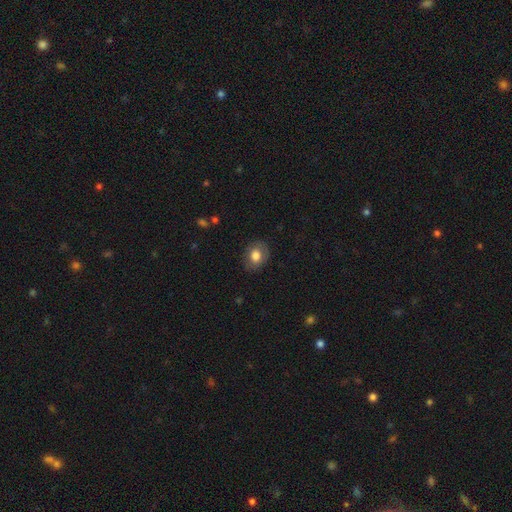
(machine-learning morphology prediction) A smooth galaxy with no disk features (76%) that is in between round and cigar-shaped (59%).

Vote fractions:
- Smooth or featured? smooth: 76% / featured or disk: 16% / star or artifact: 8%
- How rounded? in between: 59% / round: 40% / cigar-shaped: 1%
- Merging? none: 83% / minor disturbance: 12% / major disturbance: 4% / merger: 1%